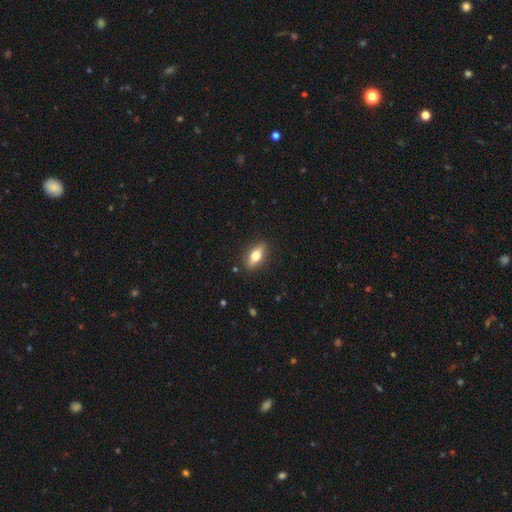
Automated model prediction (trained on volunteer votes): Smooth or featured: smooth — 59% (featured or disk — 34%)
How rounded: in between — 72% (cigar-shaped — 22%)
Merging: none — 87% (minor disturbance — 9%)